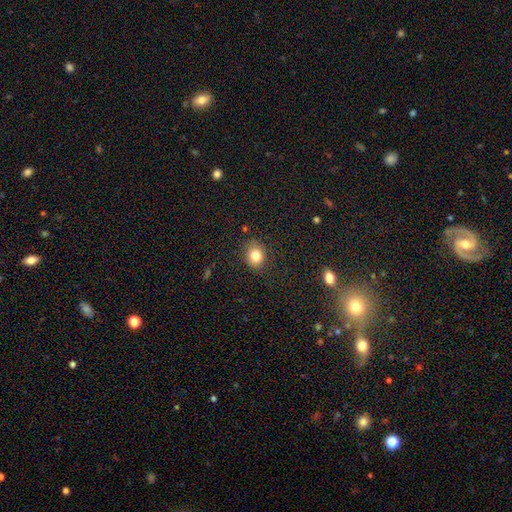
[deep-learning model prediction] The model was most divided on "how rounded": round: 64%, in between: 35%, cigar-shaped: 1%. More confident: merging — none (84%); smooth or featured — smooth (82%).